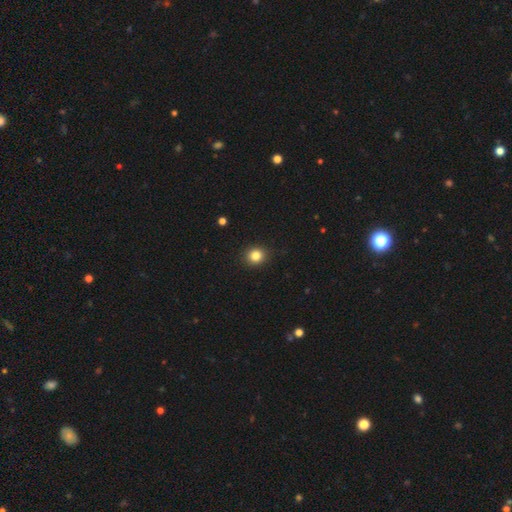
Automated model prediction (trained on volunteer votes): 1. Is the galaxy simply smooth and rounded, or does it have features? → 84% smooth, 11% star or artifact, 5% featured or disk.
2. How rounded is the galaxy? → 84% round, 15% in between, 1% cigar-shaped.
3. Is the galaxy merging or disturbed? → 91% none, 6% minor disturbance, 2% major disturbance, 1% merger.